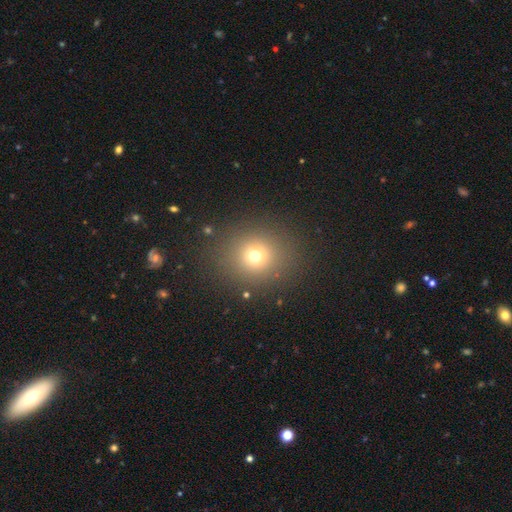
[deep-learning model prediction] This appears to be a smooth galaxy with no disk features (69%) that is round (84%). Merging: none (86%).